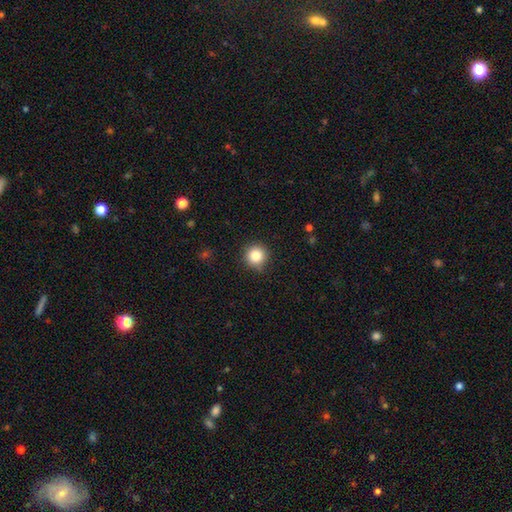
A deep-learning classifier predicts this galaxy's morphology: A smooth galaxy with no disk features (84%) that is round (95%). Merging: none (89%).